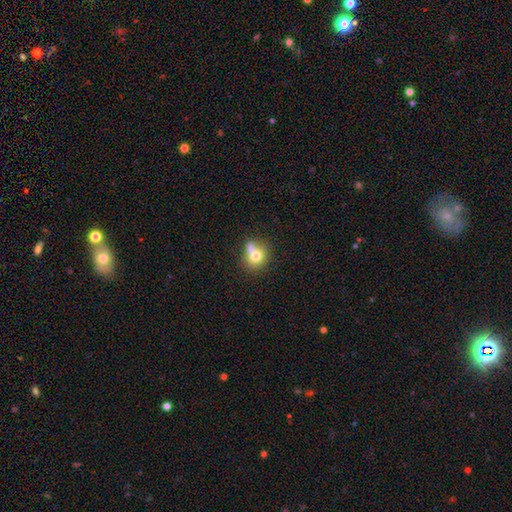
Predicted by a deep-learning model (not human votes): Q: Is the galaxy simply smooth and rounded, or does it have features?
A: smooth — 72%.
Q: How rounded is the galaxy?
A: round — 73%.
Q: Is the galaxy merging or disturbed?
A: none — 41%.